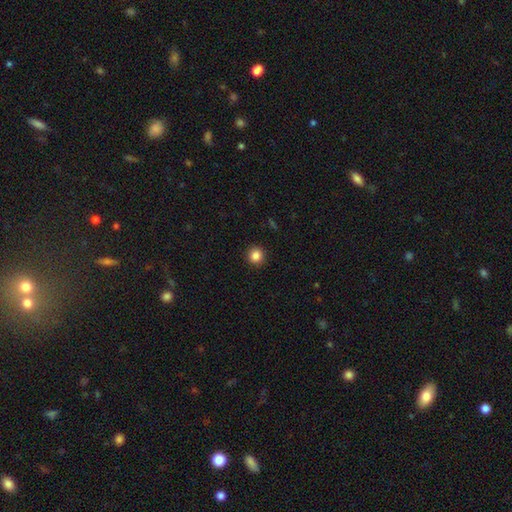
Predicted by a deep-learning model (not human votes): Morphology: type=smooth (85%); roundness=round (93%); merging=none (92%).